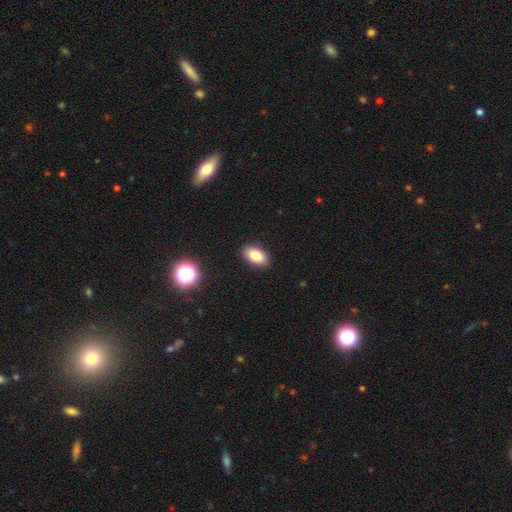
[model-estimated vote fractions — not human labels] smooth-or-featured: smooth: 83% | star or artifact: 9% | featured or disk: 8%
  how-rounded: in between: 91% | round: 7% | cigar-shaped: 2%
  merging: none: 89% | minor disturbance: 8% | major disturbance: 2% | merger: 1%